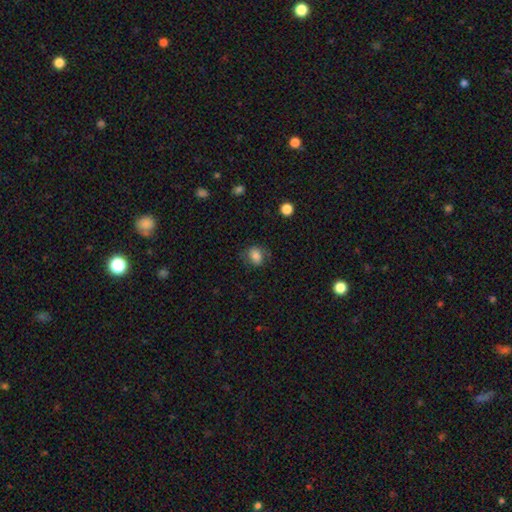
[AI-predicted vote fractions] Overall: smooth (78%). How rounded: in between (53%; round 45%). Merging: none (70%).